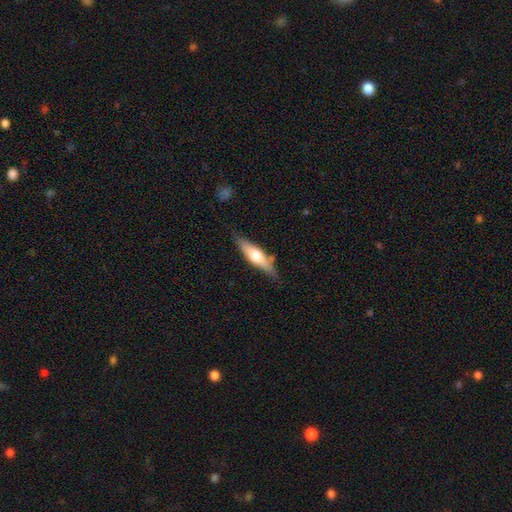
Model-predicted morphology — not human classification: This is possibly a featured or disk galaxy (47%, tied with smooth). Merging: likely none (76%).